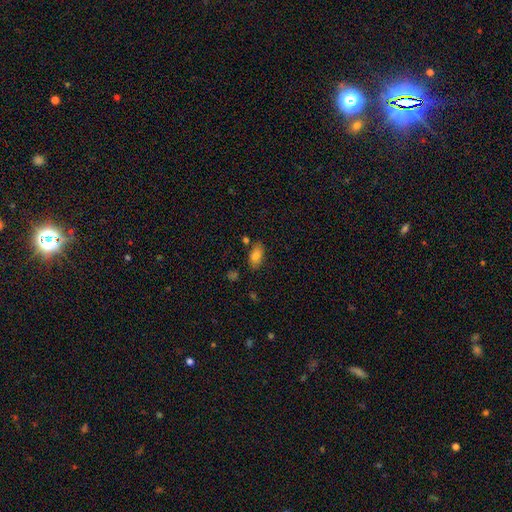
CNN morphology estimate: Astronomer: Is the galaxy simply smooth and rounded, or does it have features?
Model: smooth — 80%.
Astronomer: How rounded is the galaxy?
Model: in between — 90%.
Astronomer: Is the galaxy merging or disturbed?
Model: none — 79%.